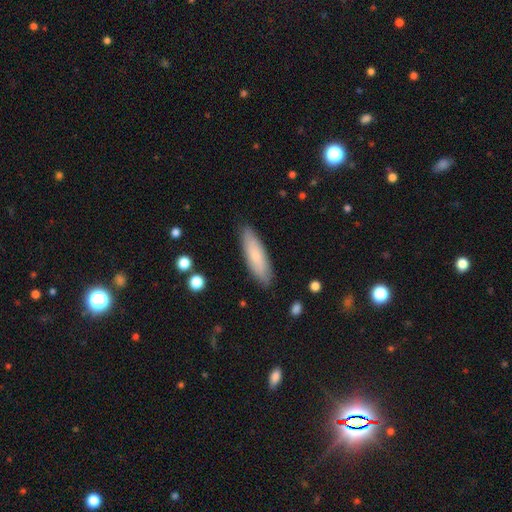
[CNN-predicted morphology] Smooth or featured? Predicted: smooth (p=0.72). How rounded? Predicted: cigar-shaped (p=0.58). Merging? Predicted: none (p=0.87).